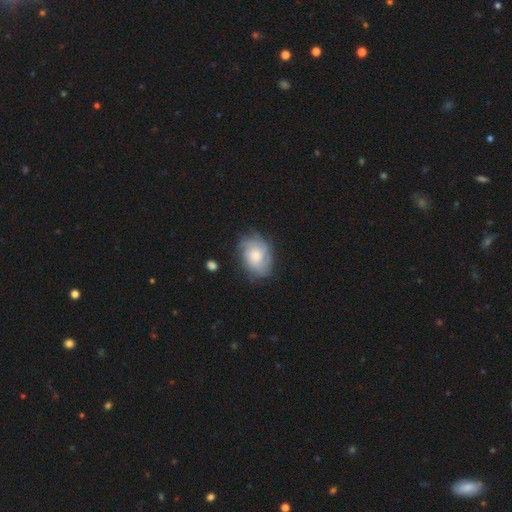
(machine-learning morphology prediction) type=featured or disk (56%); edge-on=no (97%); bar=no (78%); spiral arms=yes (82%); bulge=moderate (49%); merging=none (66%).